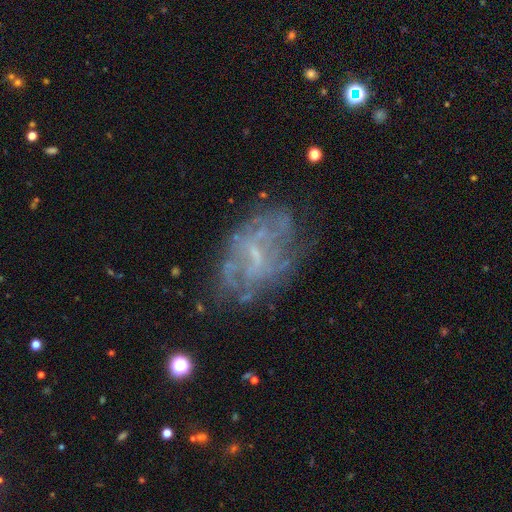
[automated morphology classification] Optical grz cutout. It shows a featured or disk galaxy (73%) with a weak bar (48%), spiral arms (57%) and a small central bulge (59%). Merging: none (58%).